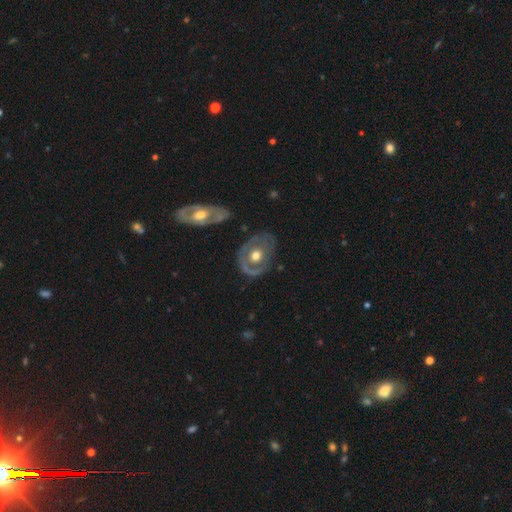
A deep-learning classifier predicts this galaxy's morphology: Smooth or featured? Predicted: featured or disk (p=0.63). Edge-on disk? Predicted: no (p=0.94). Bar? Predicted: no (p=0.85). Spiral arms? Predicted: no (p=0.65). Bulge size? Predicted: moderate (p=0.71). Merging? Predicted: none (p=0.67).